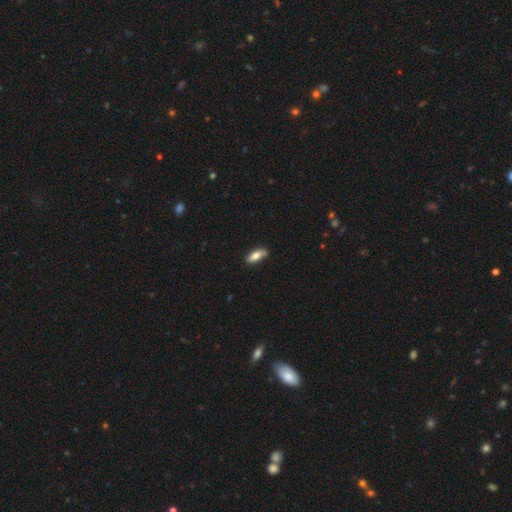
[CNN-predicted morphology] Smooth or featured? smooth (78%)
How rounded? in between (79%)
Merging? none (78%)